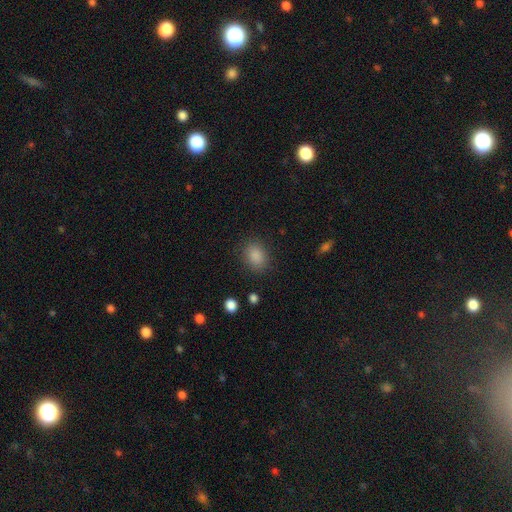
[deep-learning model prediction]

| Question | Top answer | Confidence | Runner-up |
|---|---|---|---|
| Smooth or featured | smooth | 87% | star or artifact (9%) |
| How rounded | in between | 54% | round (45%) |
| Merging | none | 84% | minor disturbance (10%) |